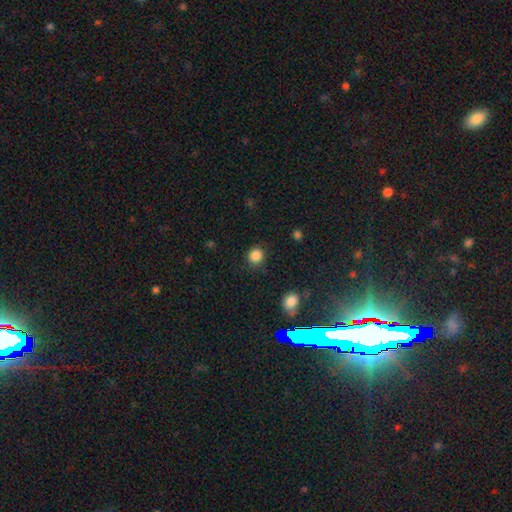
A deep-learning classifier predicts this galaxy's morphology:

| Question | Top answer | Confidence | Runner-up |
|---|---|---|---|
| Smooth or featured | smooth | 86% | star or artifact (11%) |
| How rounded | round | 85% | in between (14%) |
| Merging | none | 86% | minor disturbance (9%) |